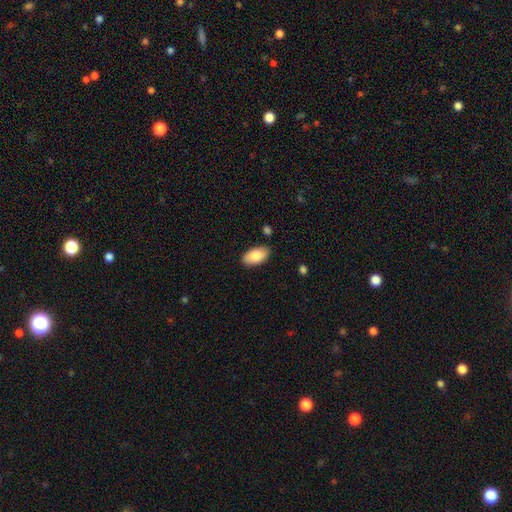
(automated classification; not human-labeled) smooth 85%, featured or disk 9%, star or artifact 6%. Down the decision tree: how rounded — in between (95%); merging — none (85%).